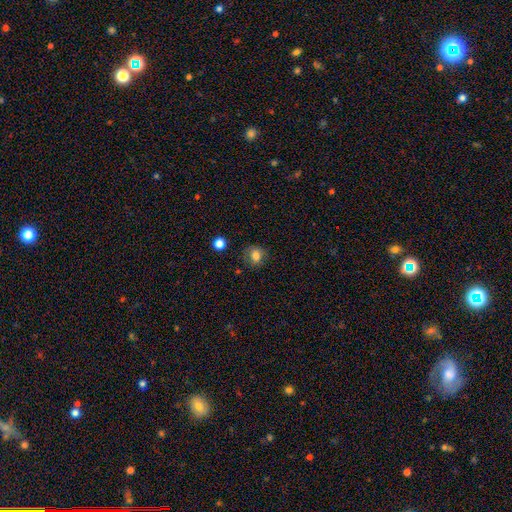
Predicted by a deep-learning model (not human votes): A smooth galaxy with no disk features (80%) that is round (71%). Merging: none (78%).